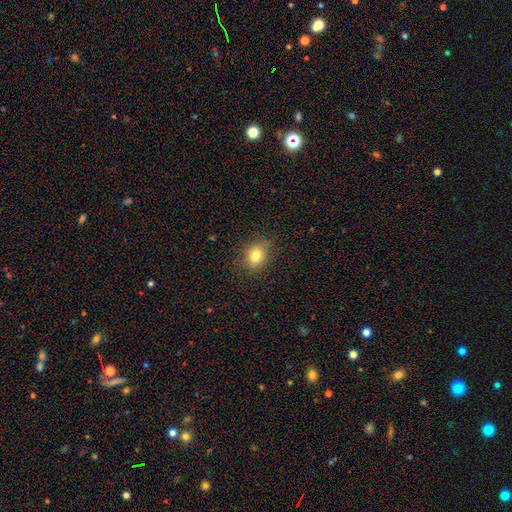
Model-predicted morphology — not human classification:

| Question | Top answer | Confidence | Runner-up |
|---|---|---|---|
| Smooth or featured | smooth | 80% | star or artifact (11%) |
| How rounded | round | 50% | in between (49%) |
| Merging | none | 83% | minor disturbance (13%) |